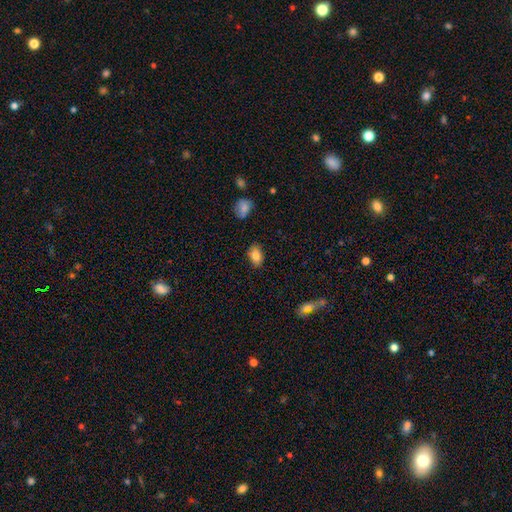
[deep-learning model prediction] This appears to be a smooth galaxy with no disk features (83%) that is in between round and cigar-shaped (86%). Merging: none (82%).